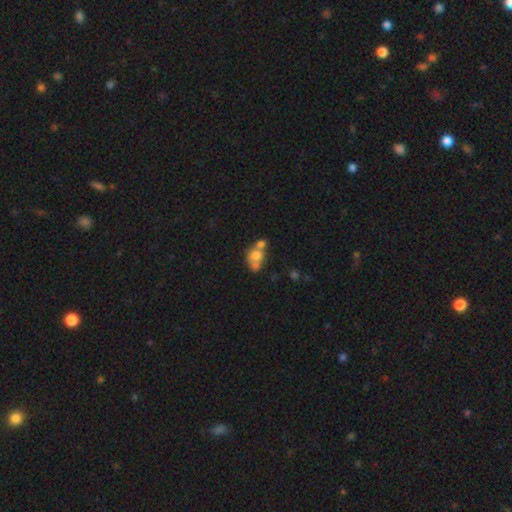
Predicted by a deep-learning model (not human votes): Smooth or featured? Predicted: smooth (p=0.64). How rounded? Predicted: in between (p=0.68). Merging? Predicted: merger (p=0.59).